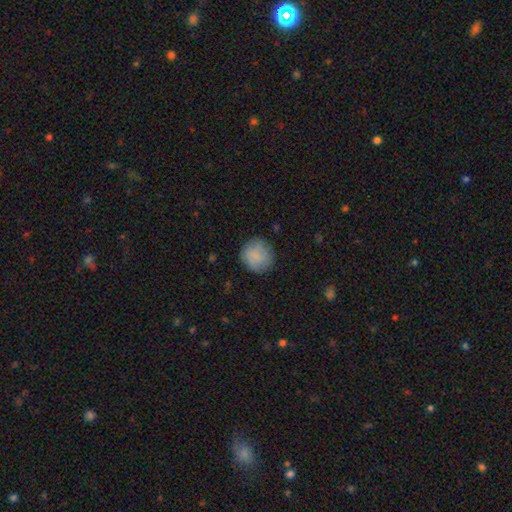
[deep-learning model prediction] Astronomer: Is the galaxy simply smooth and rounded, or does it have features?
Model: smooth — 82%.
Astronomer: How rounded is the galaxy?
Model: round — 91%.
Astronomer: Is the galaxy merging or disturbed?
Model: none — 82%.